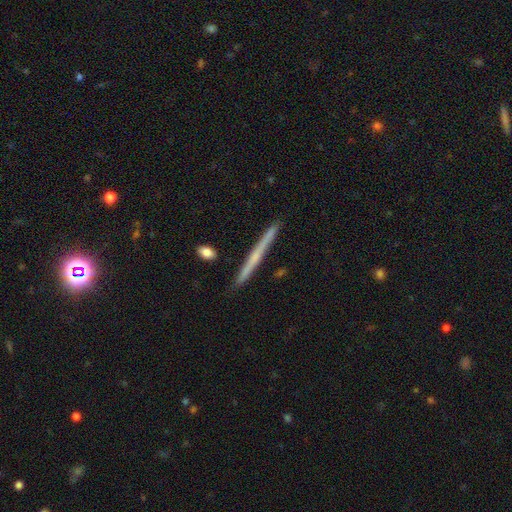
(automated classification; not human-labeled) Smooth or featured: featured or disk — 61% (smooth — 32%)
Edge-on disk: yes — 98% (no — 2%)
Edge-on bulge: none — 64% (rounded — 31%)
Merging: none — 90% (minor disturbance — 7%)